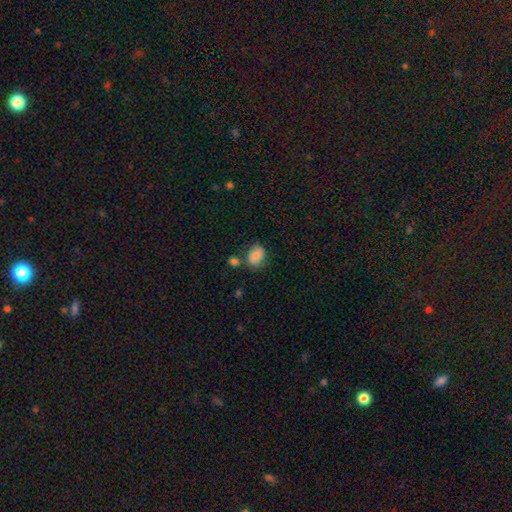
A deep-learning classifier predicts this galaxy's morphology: Smooth or featured?
  - smooth: 82% *
  - featured or disk: 10%
  - star or artifact: 8%
How rounded?
  - in between: 70% *
  - round: 29%
  - cigar-shaped: 1%
Merging?
  - none: 62% *
  - minor disturbance: 19%
  - merger: 13%
  - major disturbance: 5%